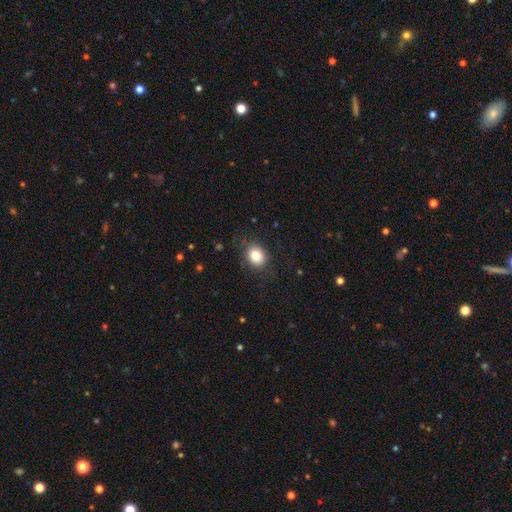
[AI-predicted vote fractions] Q: Smooth or featured?
A: smooth (84%); runner-up: star or artifact (9%)
Q: How rounded?
A: round (54%); runner-up: in between (46%)
Q: Merging?
A: none (82%); runner-up: minor disturbance (13%)